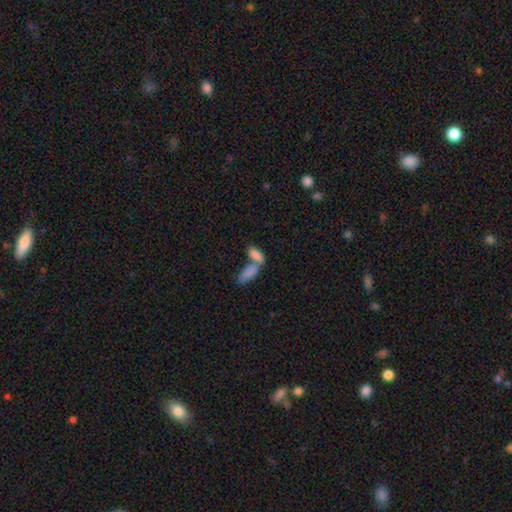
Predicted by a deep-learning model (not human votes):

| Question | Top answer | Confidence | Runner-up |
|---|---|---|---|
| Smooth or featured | smooth | 84% | featured or disk (9%) |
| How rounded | in between | 79% | cigar-shaped (18%) |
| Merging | merger | 58% | none (30%) |